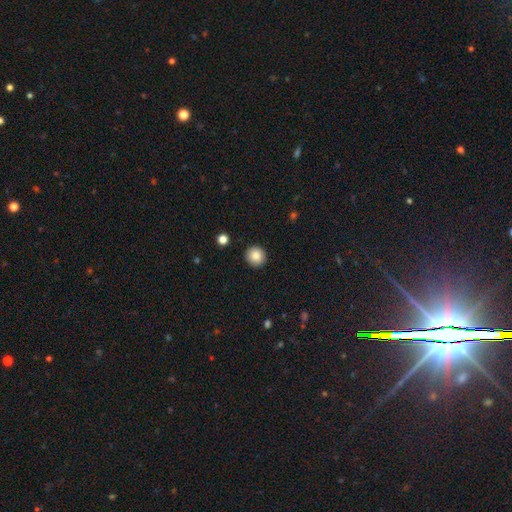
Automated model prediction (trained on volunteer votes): Overall: smooth (87%). How rounded: round (92%). Merging: none (91%).